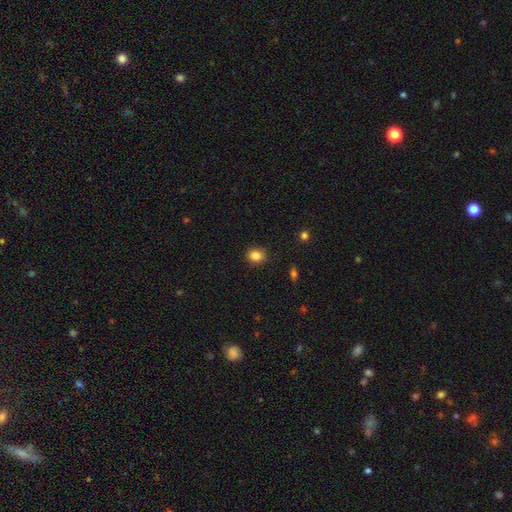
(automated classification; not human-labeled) Smooth or featured? smooth (86%)
How rounded? round (64%)
Merging? none (88%)